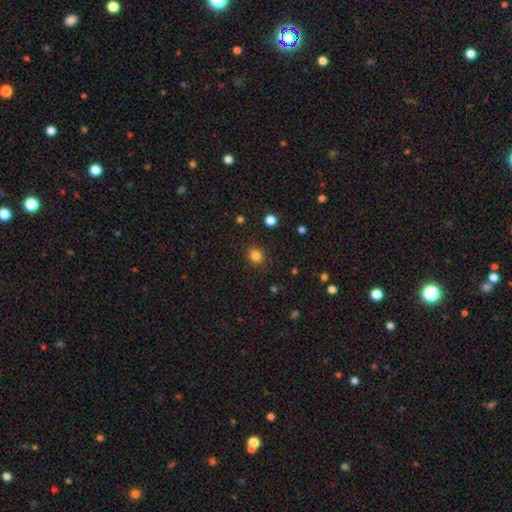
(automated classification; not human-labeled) Q: Smooth or featured?
A: smooth (82%); runner-up: star or artifact (13%)
Q: How rounded?
A: round (73%); runner-up: in between (26%)
Q: Merging?
A: none (88%); runner-up: minor disturbance (8%)